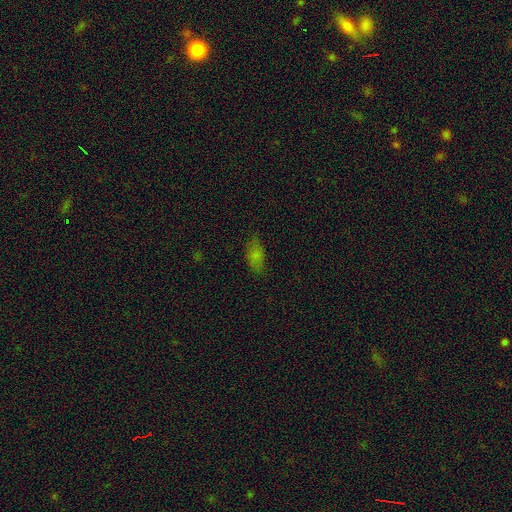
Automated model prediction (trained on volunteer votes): smooth 75%, star or artifact 14%, featured or disk 11%. Down the decision tree: how rounded — in between (87%); merging — none (73%).